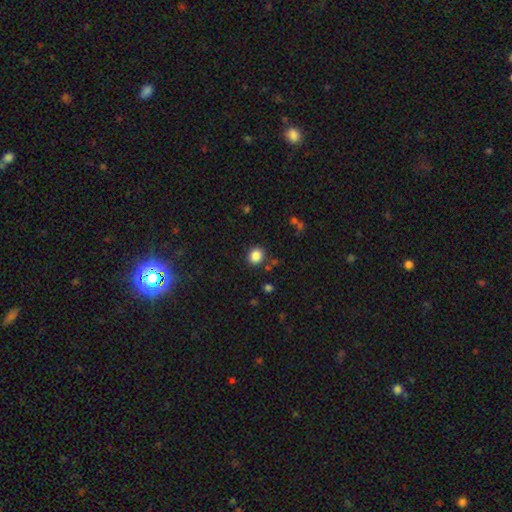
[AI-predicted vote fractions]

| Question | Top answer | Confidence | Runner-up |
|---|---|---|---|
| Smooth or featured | smooth | 85% | star or artifact (10%) |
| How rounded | round | 71% | in between (28%) |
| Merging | none | 86% | minor disturbance (9%) |